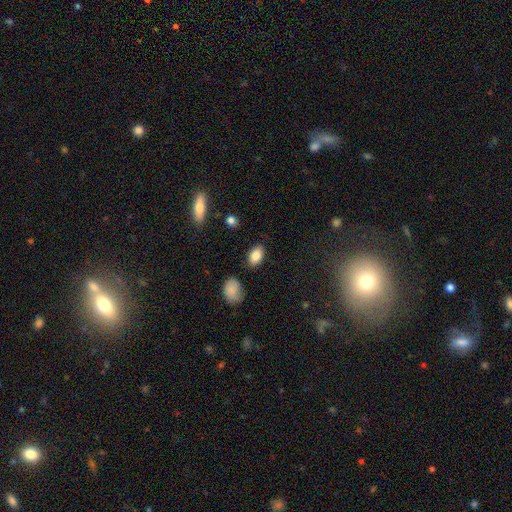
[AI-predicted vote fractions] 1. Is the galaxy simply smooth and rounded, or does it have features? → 85% smooth, 8% star or artifact, 7% featured or disk.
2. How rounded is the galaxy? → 90% in between, 8% round, 2% cigar-shaped.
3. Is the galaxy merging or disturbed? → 84% none, 11% minor disturbance, 3% major disturbance, 2% merger.